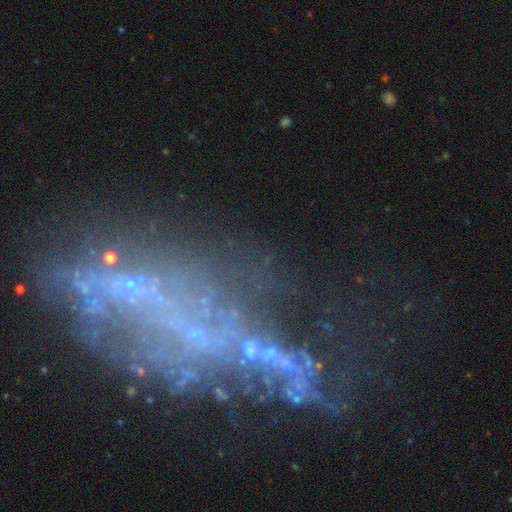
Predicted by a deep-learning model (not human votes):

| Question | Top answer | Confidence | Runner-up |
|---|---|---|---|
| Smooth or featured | featured or disk | 53% | star or artifact (30%) |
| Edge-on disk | no | 90% | yes (10%) |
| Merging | none | 39% | major disturbance (32%) |